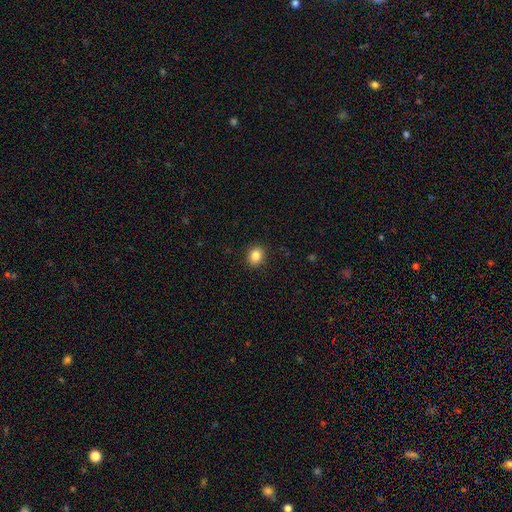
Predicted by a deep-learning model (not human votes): This is clearly a smooth galaxy (85%). How rounded: likely round (72%). Merging: clearly none (91%).